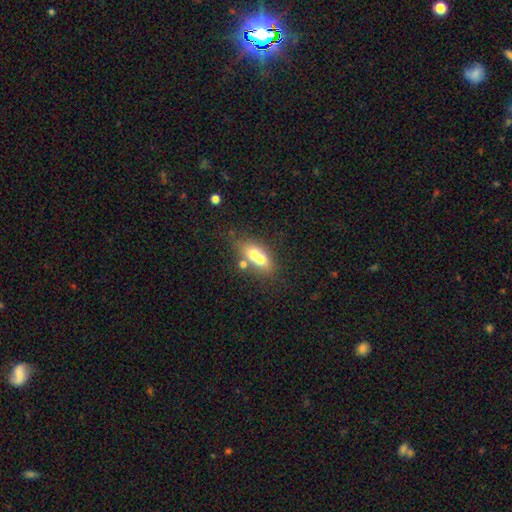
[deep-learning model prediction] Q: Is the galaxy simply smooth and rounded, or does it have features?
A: smooth — 61%.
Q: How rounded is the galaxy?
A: in between — 69%.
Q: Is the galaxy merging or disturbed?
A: merger — 54%.